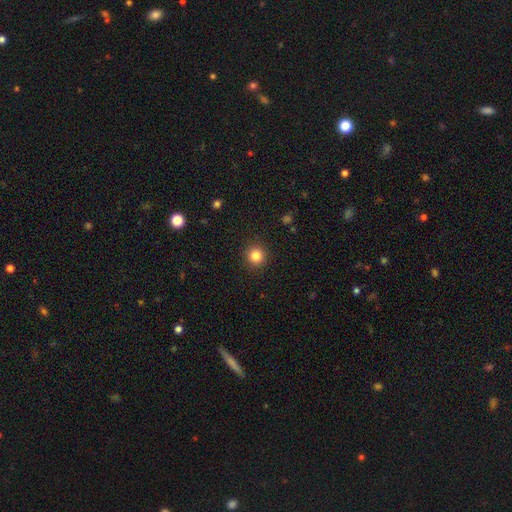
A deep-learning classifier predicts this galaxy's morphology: This is clearly a smooth galaxy (83%). How rounded: clearly round (93%). Merging: clearly none (92%).